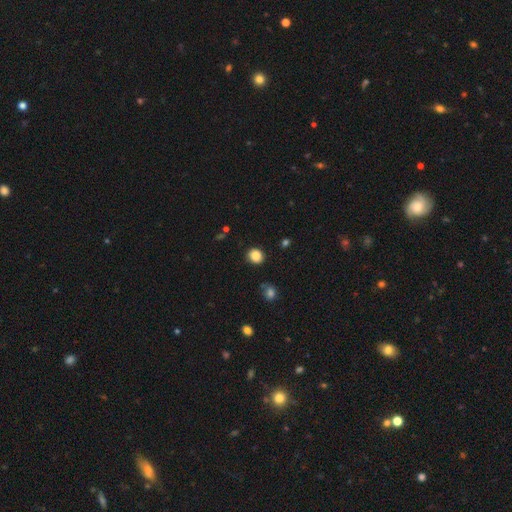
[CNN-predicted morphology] The model was most divided on "how rounded": round: 83%, in between: 16%, cigar-shaped: 1%. More confident: merging — none (87%); smooth or featured — smooth (85%).